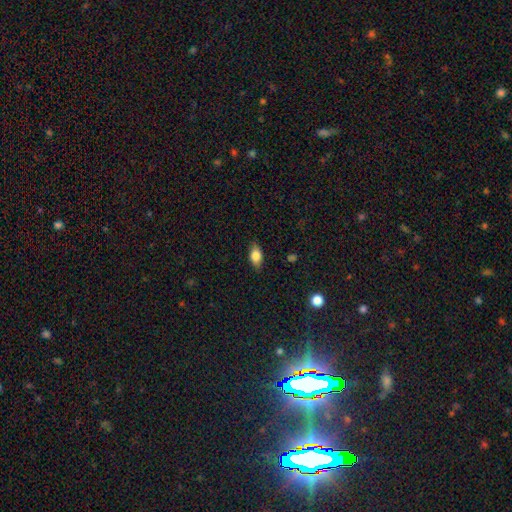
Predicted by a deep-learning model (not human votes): Smooth or featured? smooth (81%)
How rounded? in between (87%)
Merging? none (84%)